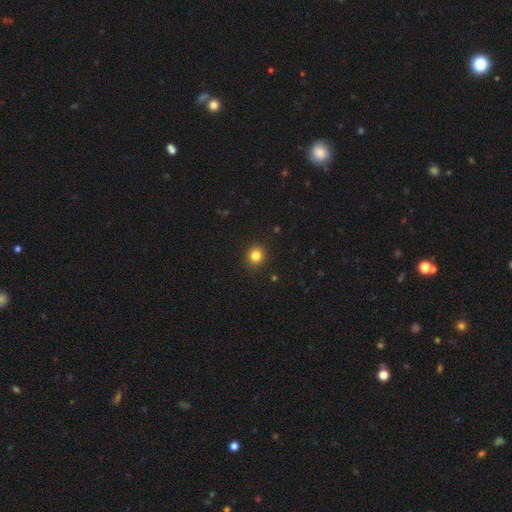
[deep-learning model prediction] This is clearly a smooth galaxy (83%). How rounded: clearly round (89%). Merging: clearly none (92%).